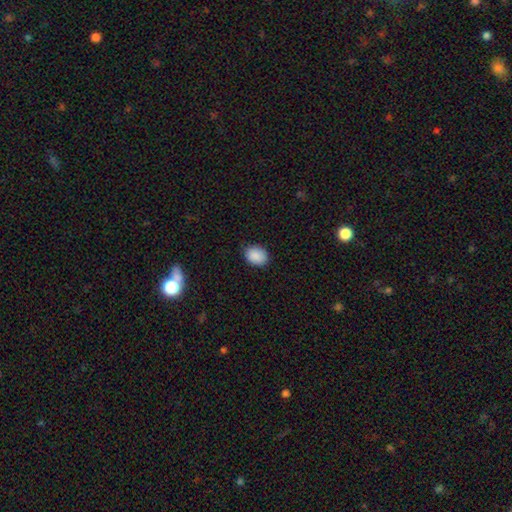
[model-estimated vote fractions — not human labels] A smooth galaxy with no disk features (89%) that is in between round and cigar-shaped (62%). Merging: none (83%).